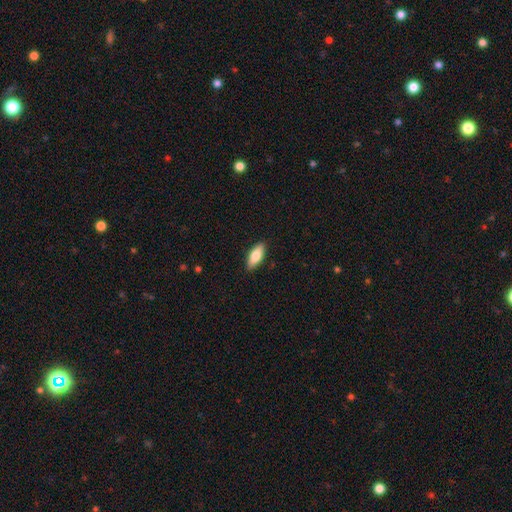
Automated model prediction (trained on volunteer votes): A smooth galaxy with no disk features (75%) that is in between round and cigar-shaped (75%).

Vote fractions:
- Smooth or featured? smooth: 75% / featured or disk: 19% / star or artifact: 6%
- How rounded? in between: 75% / cigar-shaped: 23% / round: 2%
- Merging? none: 89% / minor disturbance: 9% / major disturbance: 2% / merger: 1%